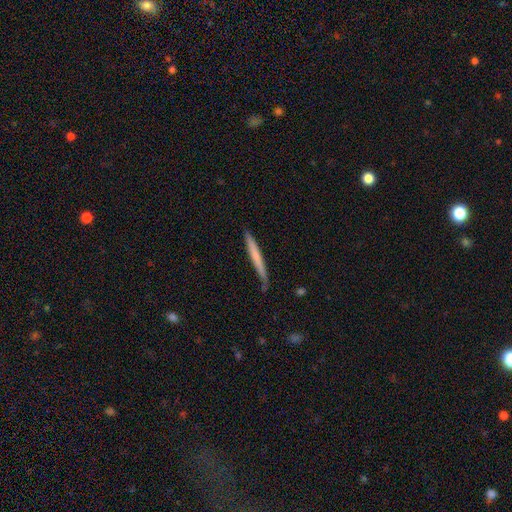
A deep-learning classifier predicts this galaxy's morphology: Smooth or featured? smooth (62%)
How rounded? cigar-shaped (97%)
Merging? none (82%)